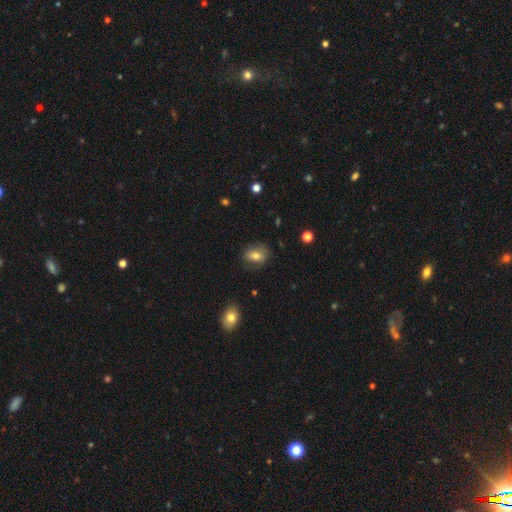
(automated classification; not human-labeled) Morphology: type=smooth (70%); roundness=in between (69%); merging=none (75%).